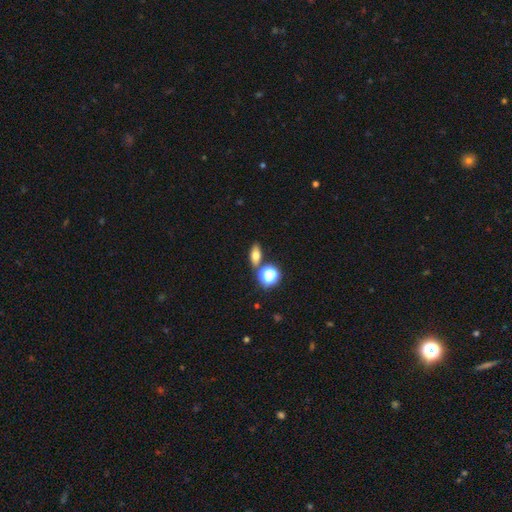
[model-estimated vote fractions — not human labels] This appears to be a smooth galaxy with no disk features (69%) that is in between round and cigar-shaped (71%). Merging: none (76%).